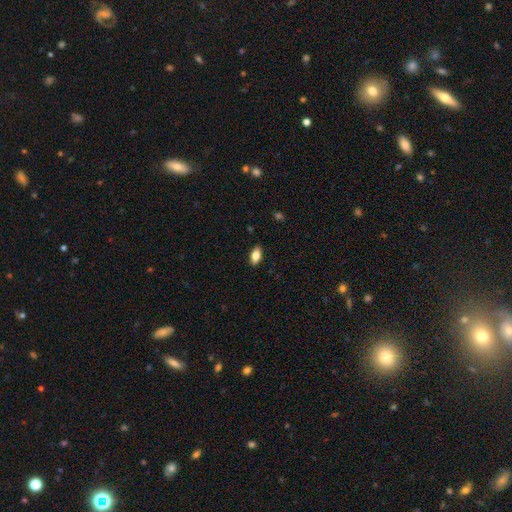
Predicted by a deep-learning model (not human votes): Smooth or featured?
  - smooth: 80% *
  - featured or disk: 12%
  - star or artifact: 7%
How rounded?
  - in between: 88% *
  - cigar-shaped: 8%
  - round: 4%
Merging?
  - none: 88% *
  - minor disturbance: 10%
  - major disturbance: 2%
  - merger: 1%